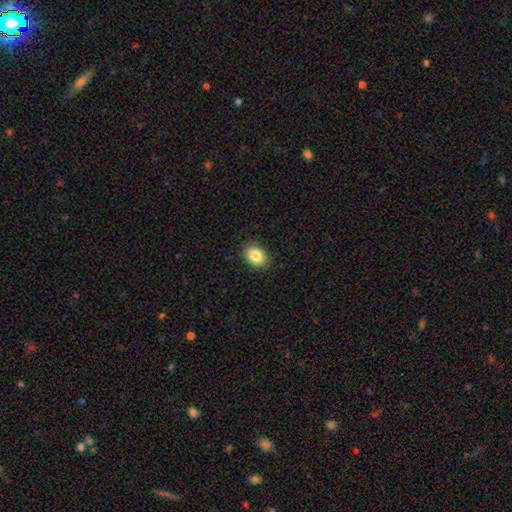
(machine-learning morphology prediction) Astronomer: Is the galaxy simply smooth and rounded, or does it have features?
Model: smooth — 85%.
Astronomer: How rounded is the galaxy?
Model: in between — 64%.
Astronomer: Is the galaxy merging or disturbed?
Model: none — 89%.